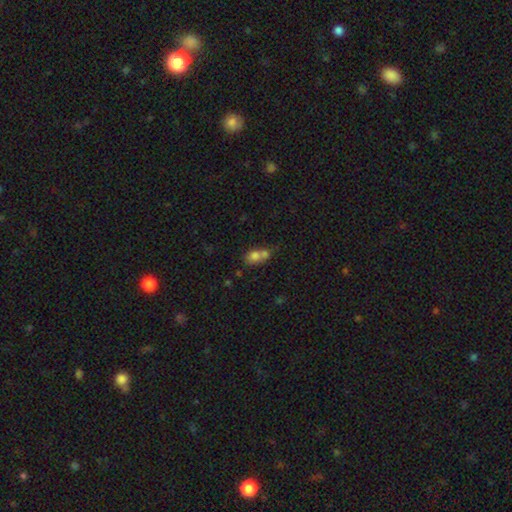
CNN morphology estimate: Overall: smooth (72%). How rounded: in between (60%; round 37%). Merging: merger (60%; none 25%).